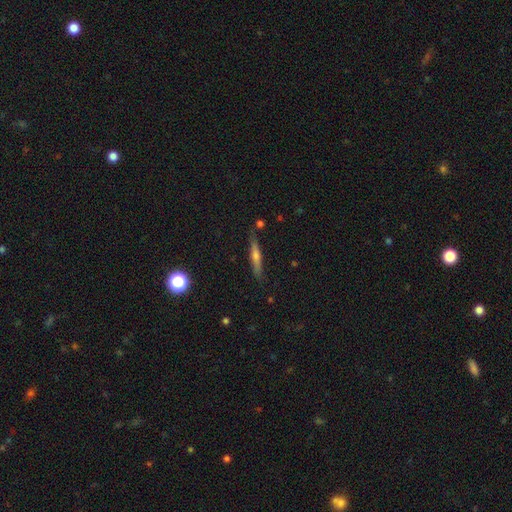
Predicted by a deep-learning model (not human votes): The model was most divided on "smooth or featured": featured or disk: 57%, smooth: 34%, star or artifact: 9%. More confident: edge-on disk — yes (96%); merging — none (86%); edge-on bulge — rounded (75%).